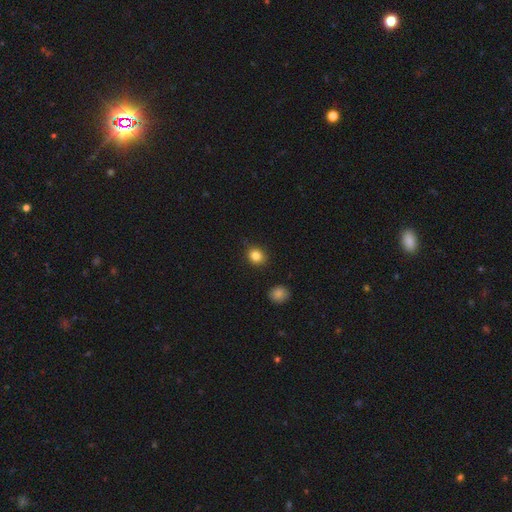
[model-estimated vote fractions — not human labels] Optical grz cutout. It shows a smooth galaxy with no disk features (84%) that is round (75%). Merging: none (87%).